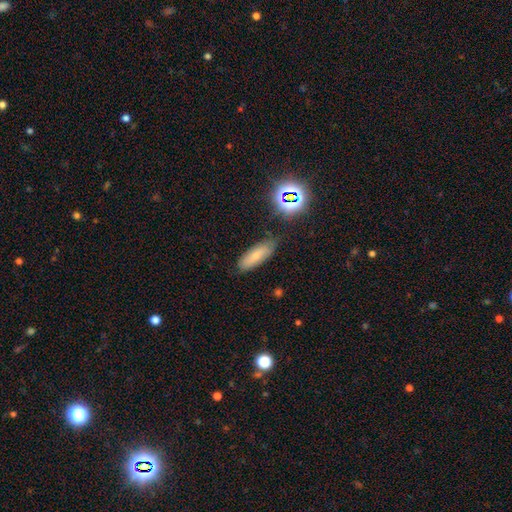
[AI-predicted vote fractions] This appears to be a smooth galaxy with no disk features (67%) that is in between round and cigar-shaped (62%). Merging: none (77%).